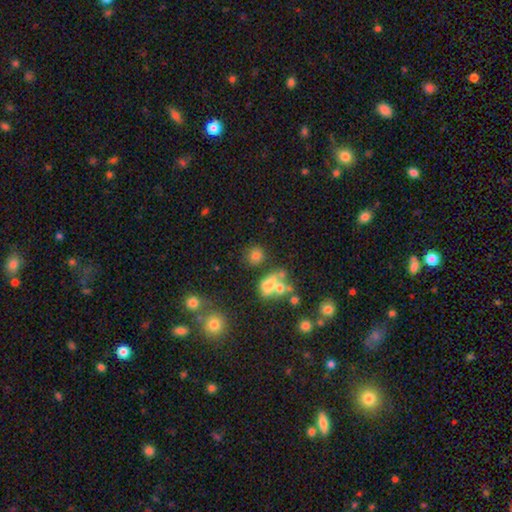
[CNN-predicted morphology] A smooth galaxy with no disk features (74%) that is round (78%).

Vote fractions:
- Smooth or featured? smooth: 74% / star or artifact: 16% / featured or disk: 11%
- How rounded? round: 78% / in between: 20% / cigar-shaped: 2%
- Merging? none: 65% / merger: 17% / minor disturbance: 12% / major disturbance: 6%